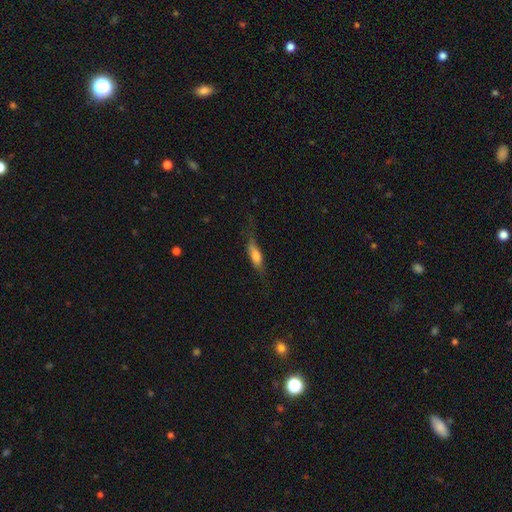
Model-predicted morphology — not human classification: Smooth or featured: smooth — 65% (featured or disk — 28%)
How rounded: cigar-shaped — 50% (in between — 48%)
Merging: none — 61% (minor disturbance — 25%)